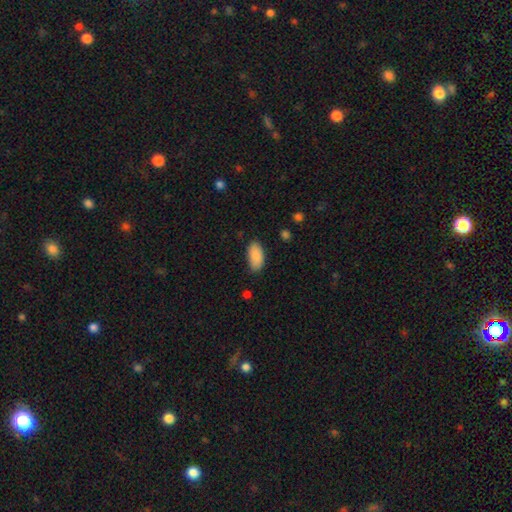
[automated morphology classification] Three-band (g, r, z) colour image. It shows a smooth galaxy with no disk features (89%) that is in between round and cigar-shaped (94%). Merging: none (80%).